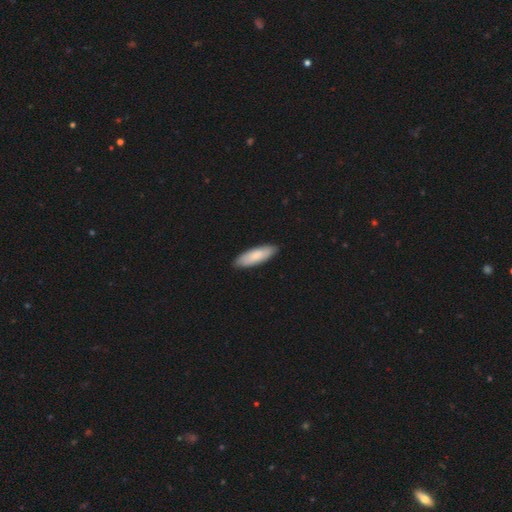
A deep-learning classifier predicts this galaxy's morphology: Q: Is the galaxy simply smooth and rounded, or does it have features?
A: smooth — 80%.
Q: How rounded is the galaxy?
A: in between — 52%.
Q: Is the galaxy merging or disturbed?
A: none — 89%.